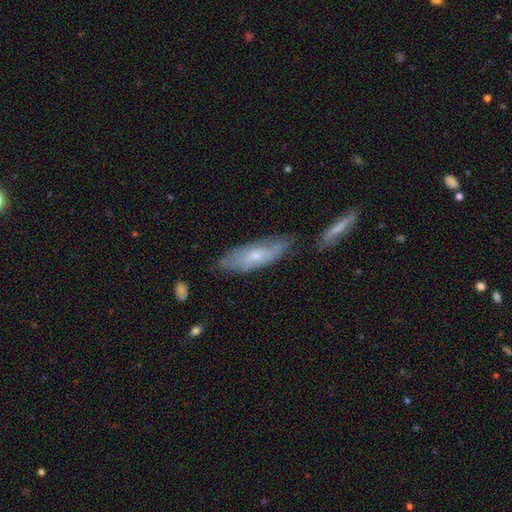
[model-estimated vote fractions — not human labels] Overall: smooth (52%; featured or disk 41%). How rounded: in between (53%; cigar-shaped 44%). Merging: none (63%; minor disturbance 24%).